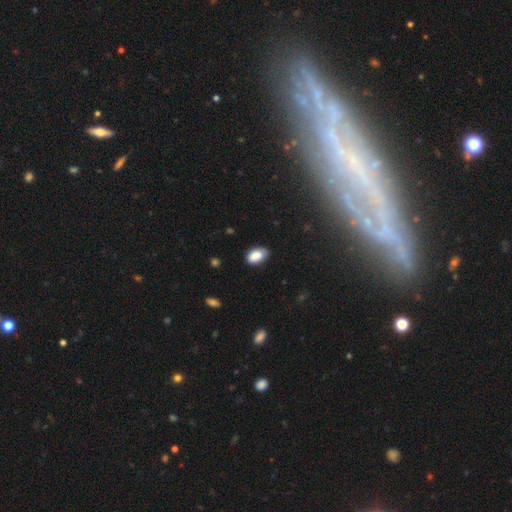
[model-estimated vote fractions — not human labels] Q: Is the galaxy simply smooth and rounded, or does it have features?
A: smooth — 87%.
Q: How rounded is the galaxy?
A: in between — 92%.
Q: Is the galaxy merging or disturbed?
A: none — 75%.